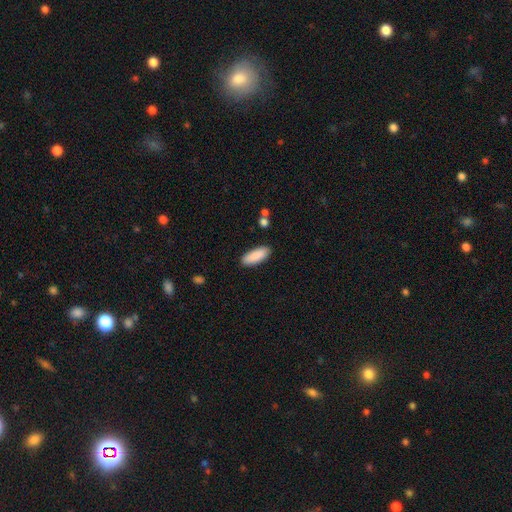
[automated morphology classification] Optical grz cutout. It shows a smooth galaxy with no disk features (89%) that is in between round and cigar-shaped (73%). Merging: none (88%).